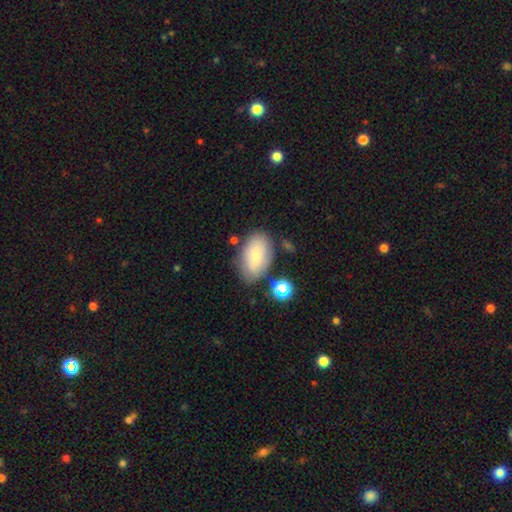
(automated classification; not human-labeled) Smooth or featured?
  - smooth: 68% *
  - featured or disk: 23%
  - star or artifact: 9%
How rounded?
  - in between: 91% *
  - round: 7%
  - cigar-shaped: 2%
Merging?
  - none: 71% *
  - minor disturbance: 18%
  - merger: 6%
  - major disturbance: 5%